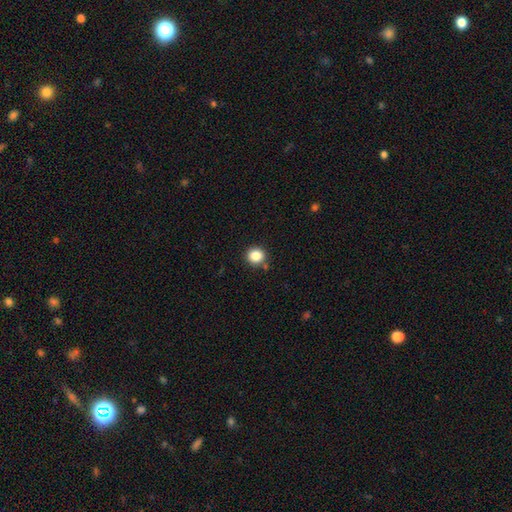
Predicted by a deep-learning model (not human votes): This is clearly a smooth galaxy (85%). How rounded: clearly round (90%). Merging: clearly none (87%).